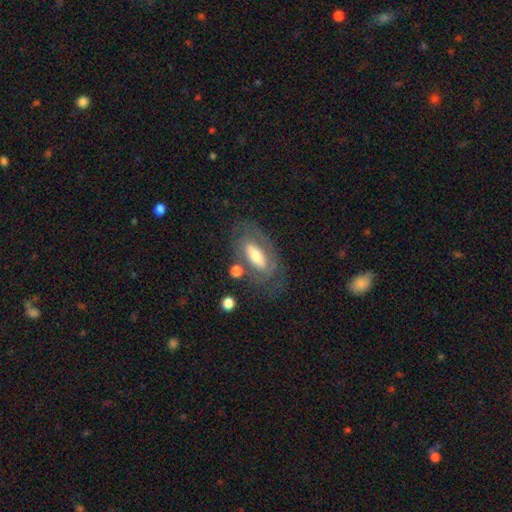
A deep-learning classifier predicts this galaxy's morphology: Smooth or featured?
  - featured or disk: 54% *
  - smooth: 39%
  - star or artifact: 7%
Edge-on disk?
  - no: 82% *
  - yes: 18%
Merging?
  - none: 63% *
  - minor disturbance: 18%
  - major disturbance: 13%
  - merger: 5%